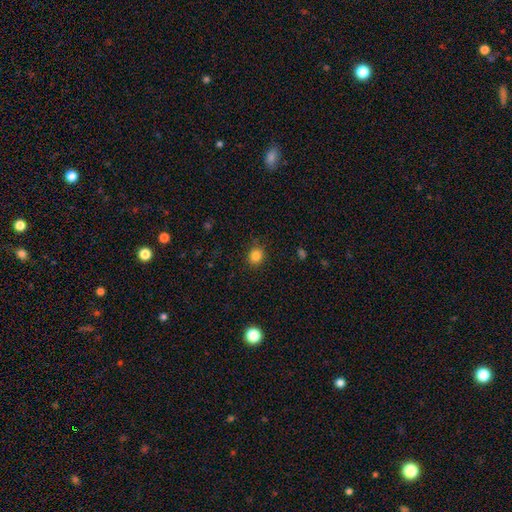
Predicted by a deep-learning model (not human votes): This appears to be a smooth galaxy with no disk features (84%) that is round (72%). Merging: none (86%).